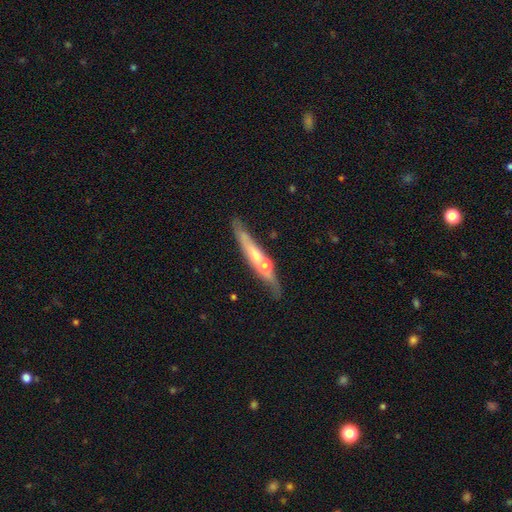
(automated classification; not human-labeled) Q: Smooth or featured?
A: featured or disk (65%); runner-up: smooth (28%)
Q: Edge-on disk?
A: yes (89%); runner-up: no (11%)
Q: Edge-on bulge?
A: rounded (77%); runner-up: none (18%)
Q: Merging?
A: none (70%); runner-up: minor disturbance (14%)